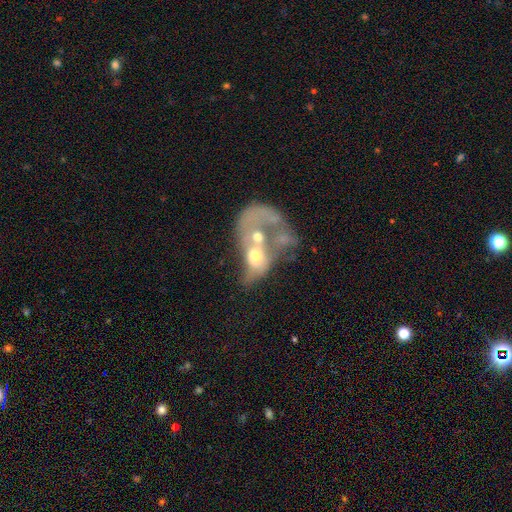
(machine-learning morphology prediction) A featured or disk galaxy (54%) with no bar (86%), no spiral arms (81%) and a moderate central bulge (60%). Merging: merger (73%).